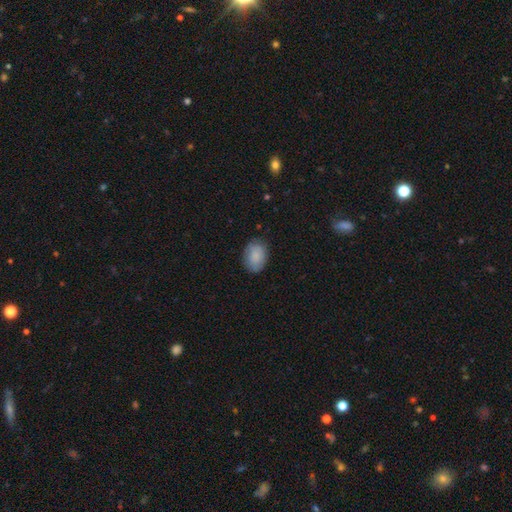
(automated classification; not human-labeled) Smooth or featured: smooth — 85% (featured or disk — 8%)
How rounded: in between — 76% (round — 23%)
Merging: none — 81% (minor disturbance — 15%)